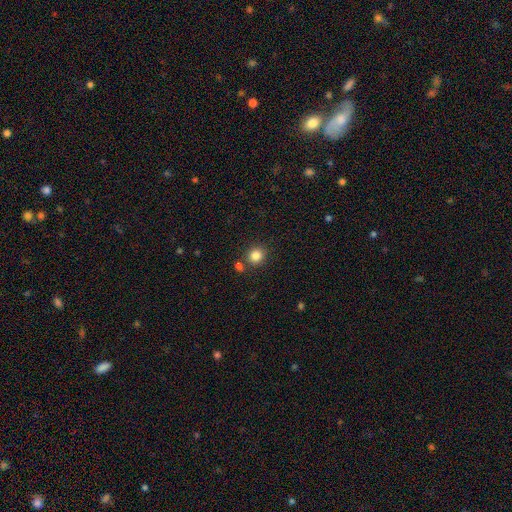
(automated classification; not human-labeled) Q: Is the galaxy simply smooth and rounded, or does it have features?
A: smooth — 84%.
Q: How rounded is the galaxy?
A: round — 86%.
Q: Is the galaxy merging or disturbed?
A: none — 78%.